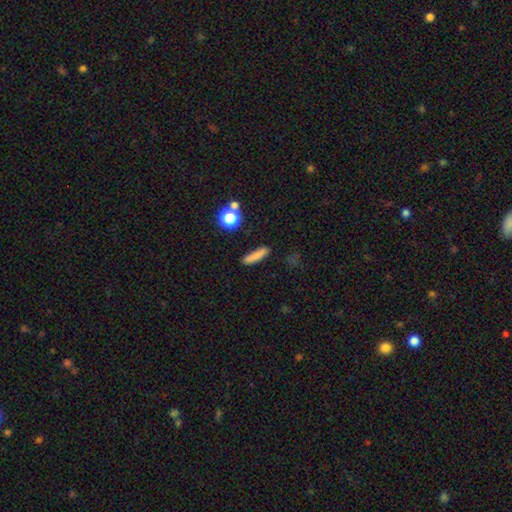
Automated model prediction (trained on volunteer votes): Overall: smooth (80%). How rounded: cigar-shaped (82%). Merging: none (87%).